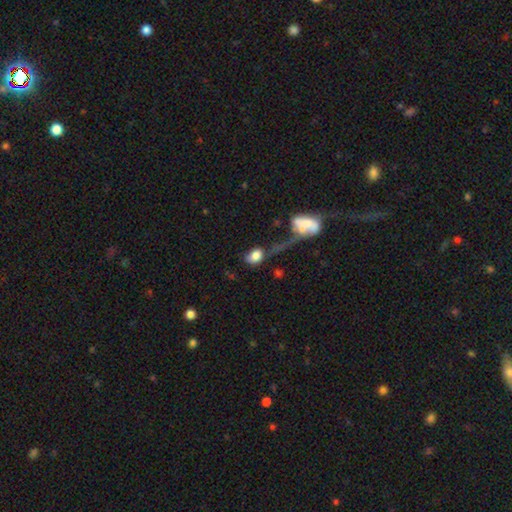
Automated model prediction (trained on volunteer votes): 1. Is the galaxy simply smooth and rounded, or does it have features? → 77% smooth, 15% featured or disk, 9% star or artifact.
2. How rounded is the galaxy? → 76% in between, 22% round, 2% cigar-shaped.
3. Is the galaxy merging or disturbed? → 30% none, 28% major disturbance, 26% merger, 17% minor disturbance.